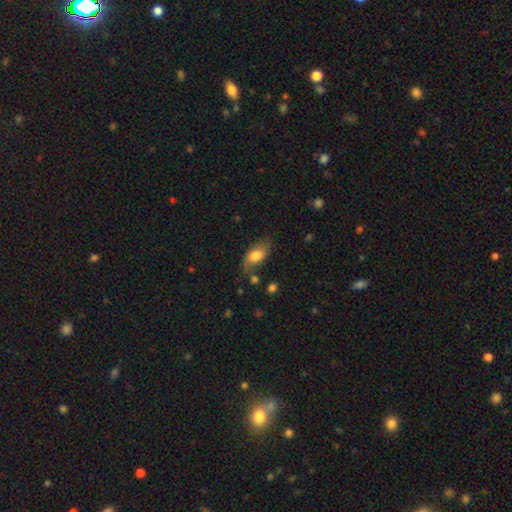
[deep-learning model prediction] A smooth galaxy with no disk features (72%) that is in between round and cigar-shaped (89%).

Vote fractions:
- Smooth or featured? smooth: 72% / featured or disk: 21% / star or artifact: 7%
- How rounded? in between: 89% / round: 6% / cigar-shaped: 5%
- Merging? none: 62% / minor disturbance: 25% / major disturbance: 8% / merger: 5%